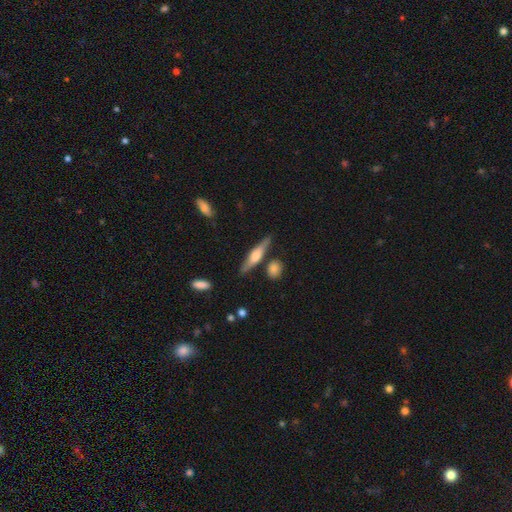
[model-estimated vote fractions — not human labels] A featured or disk galaxy (54%) viewed edge-on (94%) with a rounded central bulge (77%).

Vote fractions:
- Smooth or featured? featured or disk: 54% / smooth: 40% / star or artifact: 6%
- Edge-on disk? yes: 94% / no: 6%
- Edge-on bulge? rounded: 77% / boxy: 18% / none: 6%
- Merging? none: 80% / minor disturbance: 12% / merger: 5% / major disturbance: 3%